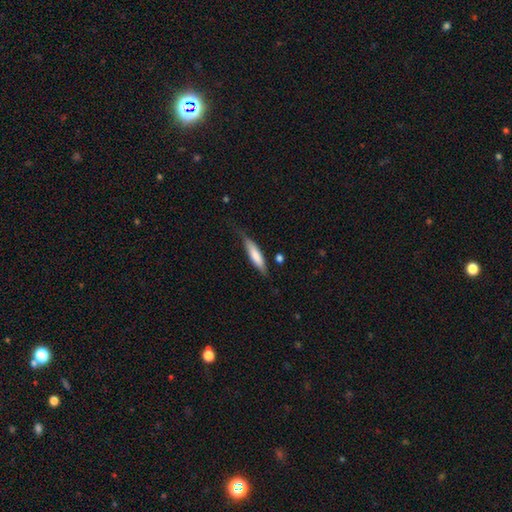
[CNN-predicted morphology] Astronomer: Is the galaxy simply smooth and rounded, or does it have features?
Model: smooth — 74%.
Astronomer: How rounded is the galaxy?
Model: cigar-shaped — 76%.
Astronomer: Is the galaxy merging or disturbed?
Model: none — 58%.